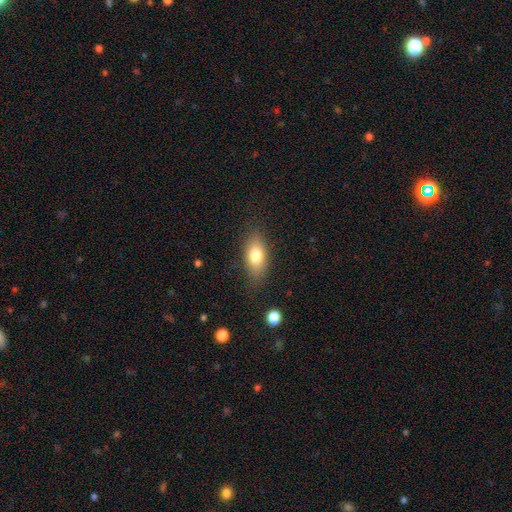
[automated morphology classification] Overall: smooth (78%). How rounded: in between (87%). Merging: none (81%).